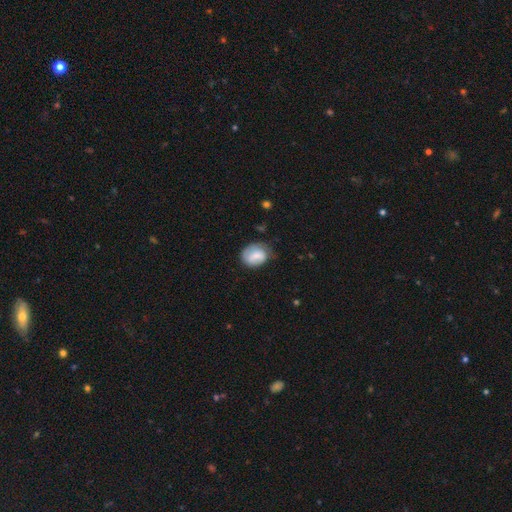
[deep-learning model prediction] Smooth or featured? smooth (69%)
How rounded? round (50%)
Merging? none (58%)